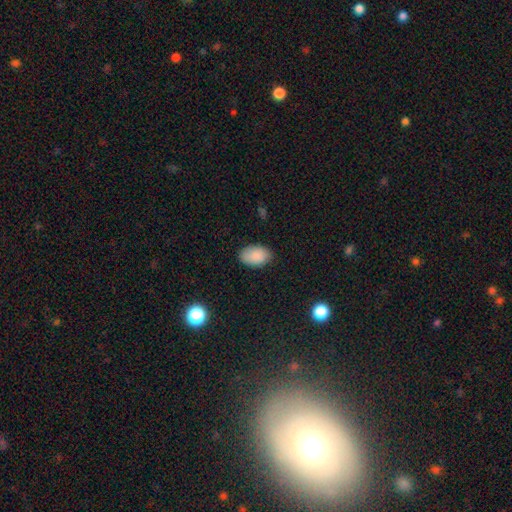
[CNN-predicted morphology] Smooth or featured? Predicted: smooth (p=0.88). How rounded? Predicted: in between (p=0.91). Merging? Predicted: none (p=0.83).